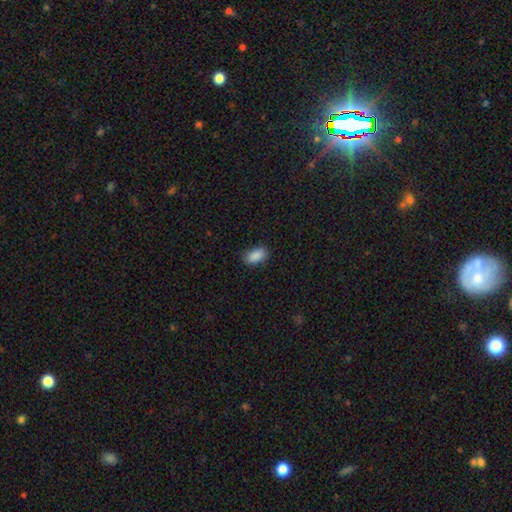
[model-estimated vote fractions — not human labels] Smooth or featured: smooth — 89% (star or artifact — 8%)
How rounded: in between — 92% (round — 5%)
Merging: none — 85% (minor disturbance — 11%)